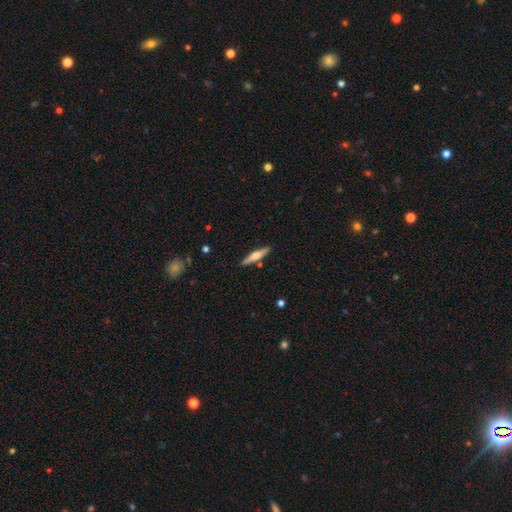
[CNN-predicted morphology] Q: Smooth or featured?
A: featured or disk (50%); runner-up: smooth (45%)
Q: Merging?
A: none (86%); runner-up: minor disturbance (8%)